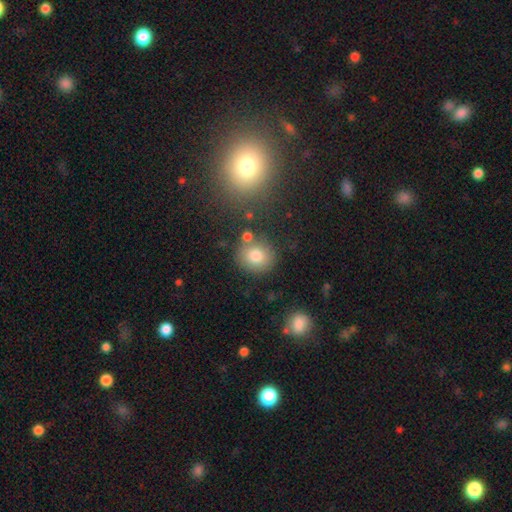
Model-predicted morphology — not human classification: A smooth galaxy with no disk features (79%) that is round (81%).

Vote fractions:
- Smooth or featured? smooth: 79% / star or artifact: 12% / featured or disk: 10%
- How rounded? round: 81% / in between: 18% / cigar-shaped: 1%
- Merging? none: 76% / minor disturbance: 11% / merger: 10% / major disturbance: 4%